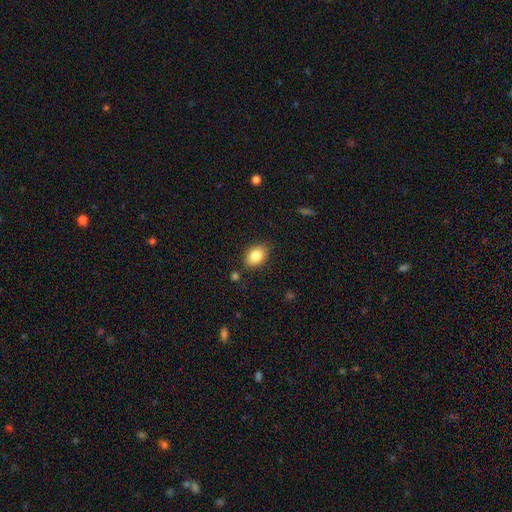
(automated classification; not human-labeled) A smooth galaxy with no disk features (84%) that is in between round and cigar-shaped (85%). Merging: none (84%).